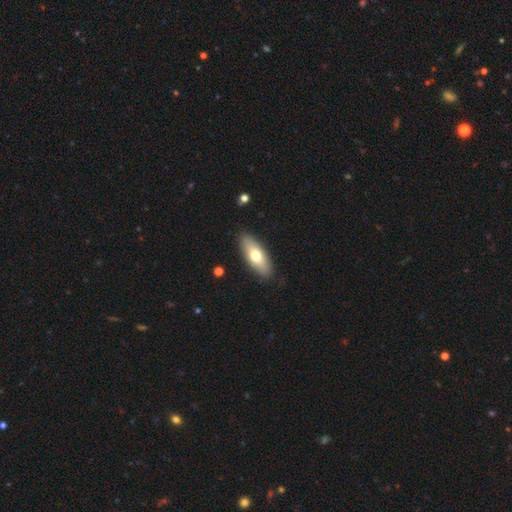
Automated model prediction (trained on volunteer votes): A smooth galaxy with no disk features (66%) that is in between round and cigar-shaped (73%).

Vote fractions:
- Smooth or featured? smooth: 66% / featured or disk: 28% / star or artifact: 6%
- How rounded? in between: 73% / cigar-shaped: 25% / round: 3%
- Merging? none: 88% / minor disturbance: 9% / major disturbance: 2% / merger: 1%